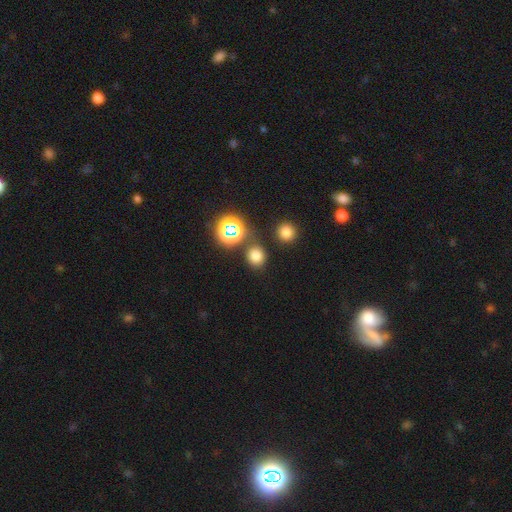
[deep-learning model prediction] Q: Smooth or featured?
A: smooth (72%); runner-up: star or artifact (23%)
Q: How rounded?
A: round (77%); runner-up: in between (22%)
Q: Merging?
A: none (81%); runner-up: minor disturbance (8%)